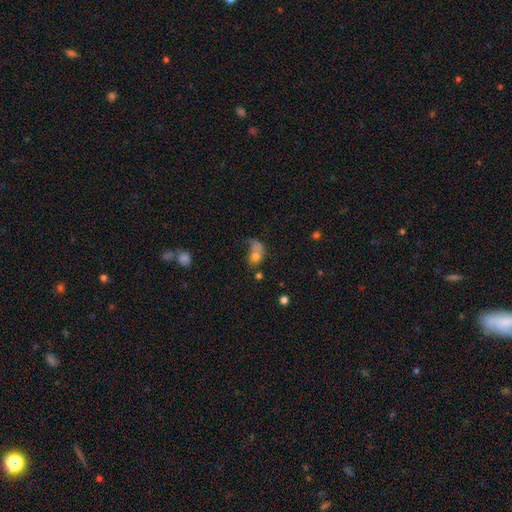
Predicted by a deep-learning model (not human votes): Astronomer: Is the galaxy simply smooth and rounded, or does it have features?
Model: smooth — 65%.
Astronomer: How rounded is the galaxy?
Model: in between — 67%.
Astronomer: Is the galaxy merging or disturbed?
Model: major disturbance — 43% (runner-up: merger, 21%).